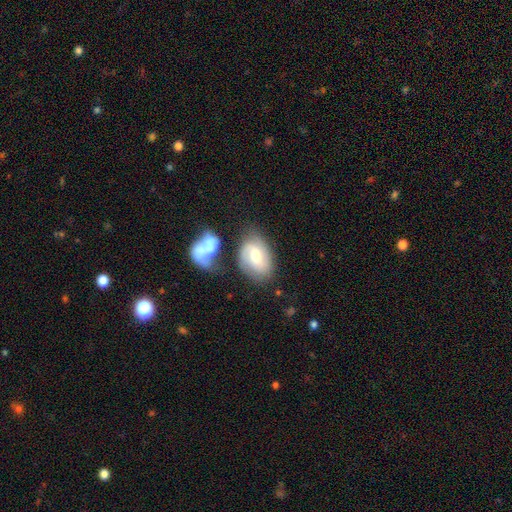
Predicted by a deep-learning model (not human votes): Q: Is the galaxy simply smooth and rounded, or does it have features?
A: featured or disk — 54%.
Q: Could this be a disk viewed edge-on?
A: no — 95%.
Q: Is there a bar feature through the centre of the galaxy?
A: weak — 46%.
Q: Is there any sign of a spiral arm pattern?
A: yes — 78%.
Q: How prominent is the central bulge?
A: moderate — 70%.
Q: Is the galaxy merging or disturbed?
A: none — 51%.